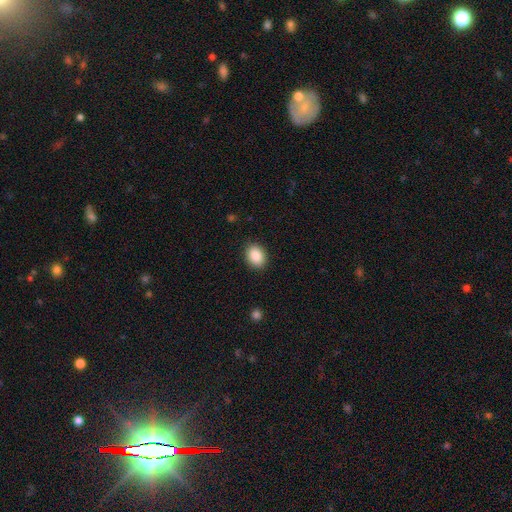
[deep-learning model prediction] smooth-or-featured: smooth: 89% | star or artifact: 7% | featured or disk: 4%
  how-rounded: in between: 67% | round: 32% | cigar-shaped: 1%
  merging: none: 89% | minor disturbance: 8% | major disturbance: 2% | merger: 1%